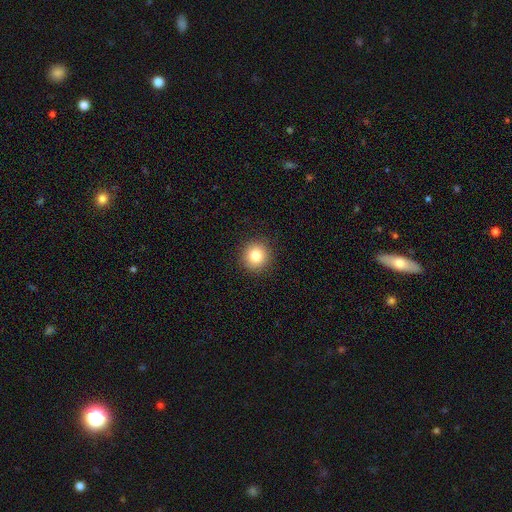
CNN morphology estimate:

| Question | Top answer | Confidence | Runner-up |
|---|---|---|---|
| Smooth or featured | smooth | 81% | star or artifact (11%) |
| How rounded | round | 94% | in between (5%) |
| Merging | none | 92% | minor disturbance (6%) |